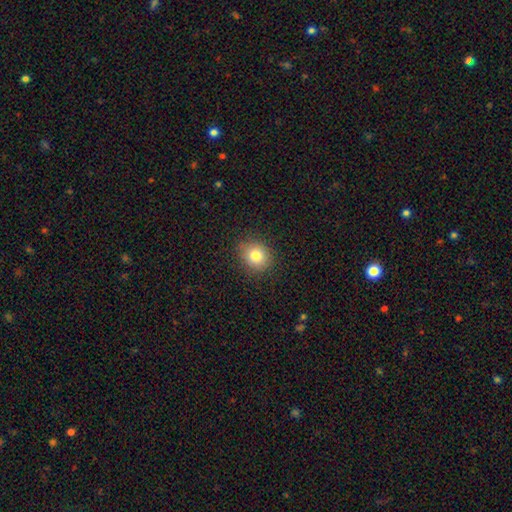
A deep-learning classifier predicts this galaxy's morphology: smooth 81%, star or artifact 11%, featured or disk 8%. Down the decision tree: how rounded — round (76%); merging — none (86%).